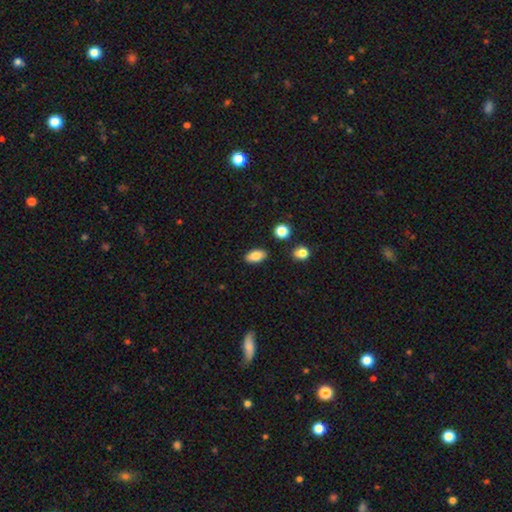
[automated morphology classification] This is clearly a smooth galaxy (83%). How rounded: clearly in between (91%). Merging: clearly none (87%).